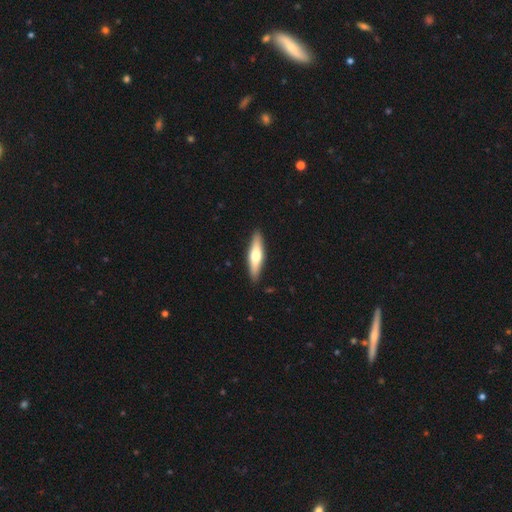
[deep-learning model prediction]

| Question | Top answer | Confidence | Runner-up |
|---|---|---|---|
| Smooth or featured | smooth | 53% | featured or disk (42%) |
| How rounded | cigar-shaped | 75% | in between (23%) |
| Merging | none | 90% | minor disturbance (8%) |